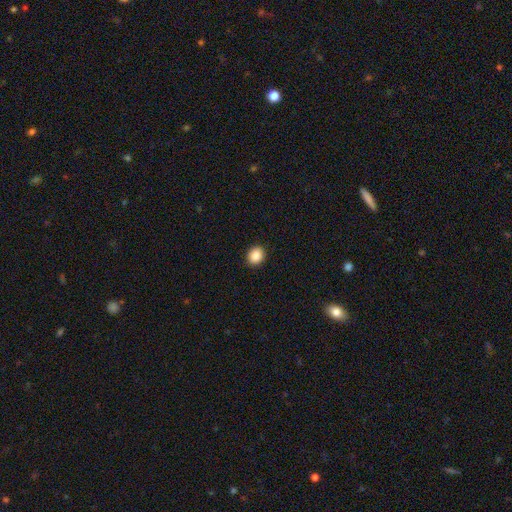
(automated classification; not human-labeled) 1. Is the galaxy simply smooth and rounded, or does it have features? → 89% smooth, 9% star or artifact, 3% featured or disk.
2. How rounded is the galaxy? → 68% round, 31% in between, 1% cigar-shaped.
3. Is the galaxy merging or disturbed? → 91% none, 7% minor disturbance, 2% major disturbance, 1% merger.